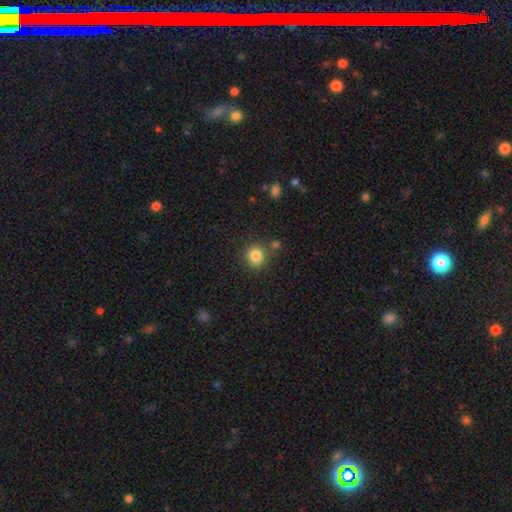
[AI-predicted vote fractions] A smooth galaxy with no disk features (84%) that is round (87%). Merging: none (80%).